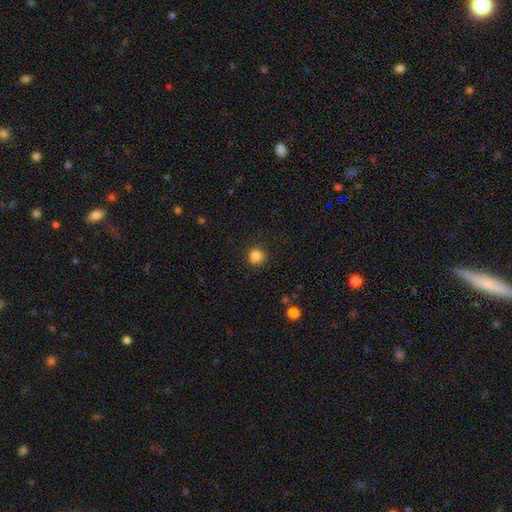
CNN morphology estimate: This is clearly a smooth galaxy (83%). How rounded: clearly round (89%). Merging: clearly none (82%).